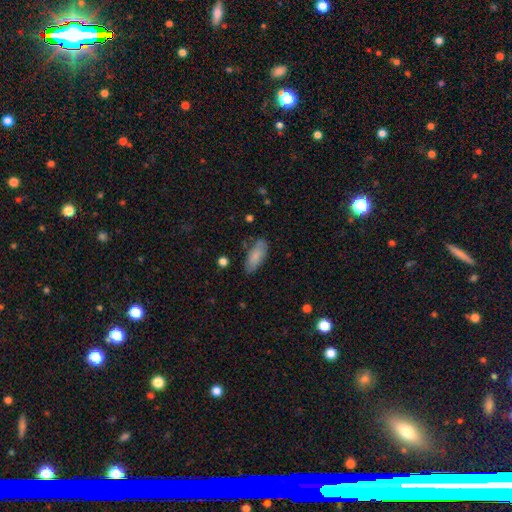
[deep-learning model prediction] This appears to be a smooth galaxy with no disk features (81%) that is in between round and cigar-shaped (84%). Merging: none (75%).